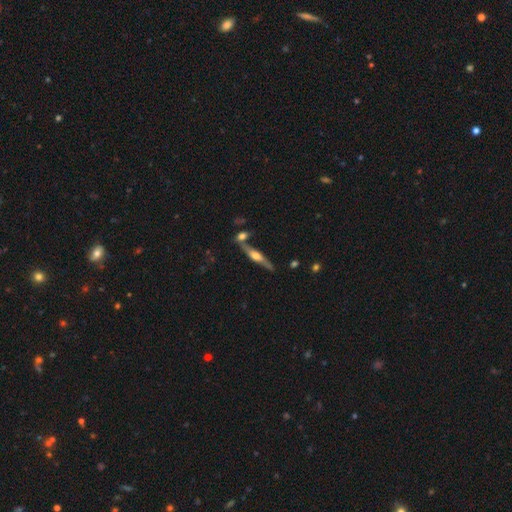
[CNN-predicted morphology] Smooth or featured? Predicted: featured or disk (p=0.69). Edge-on disk? Predicted: yes (p=0.93). Edge-on bulge? Predicted: rounded (p=0.87). Merging? Predicted: none (p=0.70).